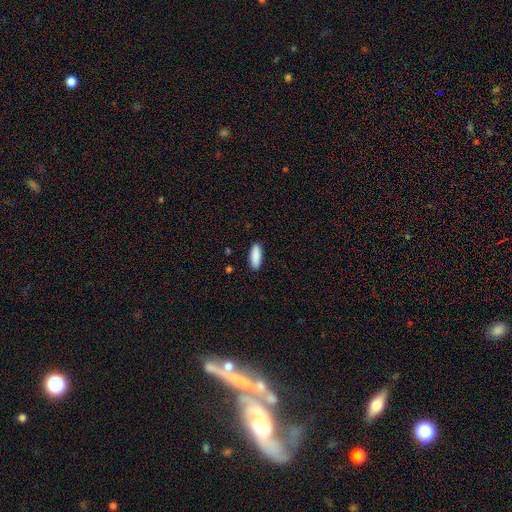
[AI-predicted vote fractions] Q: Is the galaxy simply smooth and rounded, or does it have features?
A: smooth — 90%.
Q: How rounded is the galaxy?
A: in between — 65%.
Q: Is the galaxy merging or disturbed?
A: none — 90%.